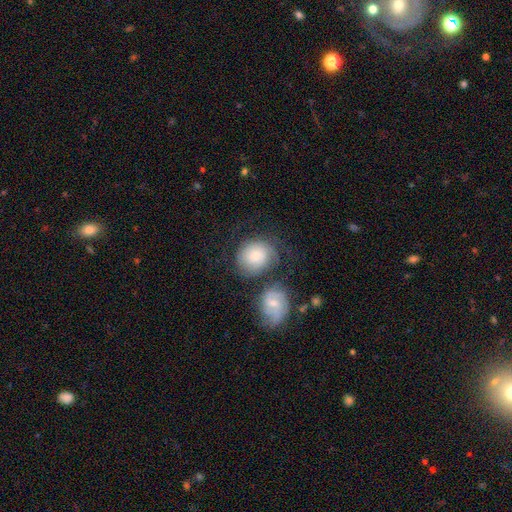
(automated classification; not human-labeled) Q: Smooth or featured?
A: smooth (60%); runner-up: featured or disk (32%)
Q: How rounded?
A: round (74%); runner-up: in between (25%)
Q: Merging?
A: none (52%); runner-up: merger (20%)